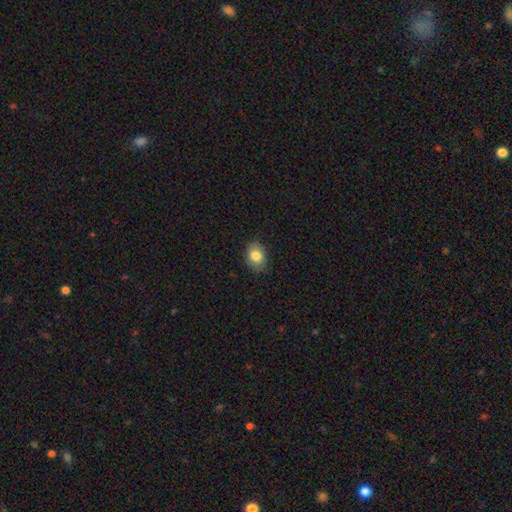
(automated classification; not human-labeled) Smooth or featured: smooth — 82% (featured or disk — 9%)
How rounded: in between — 68% (round — 31%)
Merging: none — 86% (minor disturbance — 11%)